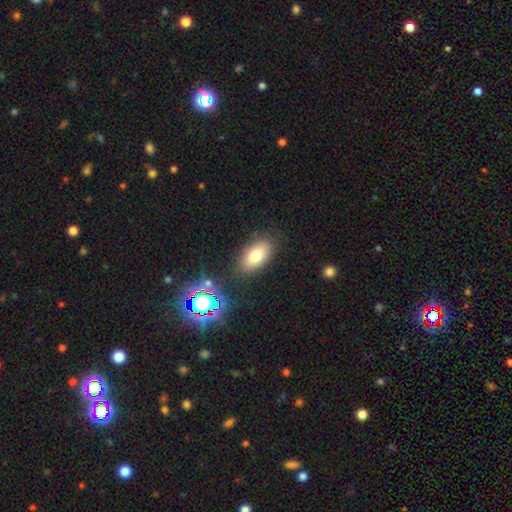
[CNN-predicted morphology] Q: Smooth or featured?
A: smooth (76%); runner-up: featured or disk (12%)
Q: How rounded?
A: in between (91%); runner-up: round (6%)
Q: Merging?
A: none (83%); runner-up: minor disturbance (11%)